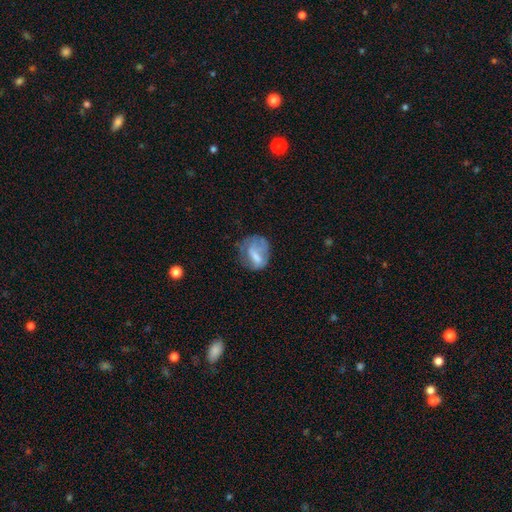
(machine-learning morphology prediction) smooth_or_featured: smooth (p=0.53) [alt: featured or disk p=0.38]
how_rounded: in between (p=0.49) [tied with: round p=0.49]
merging: none (p=0.38) [alt: major disturbance p=0.29]